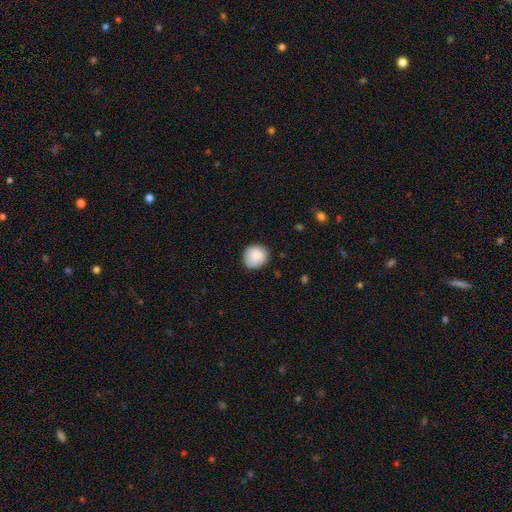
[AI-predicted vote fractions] A smooth galaxy with no disk features (86%) that is round (79%).

Vote fractions:
- Smooth or featured? smooth: 86% / star or artifact: 7% / featured or disk: 6%
- How rounded? round: 79% / in between: 20% / cigar-shaped: 1%
- Merging? none: 82% / minor disturbance: 14% / major disturbance: 3% / merger: 1%